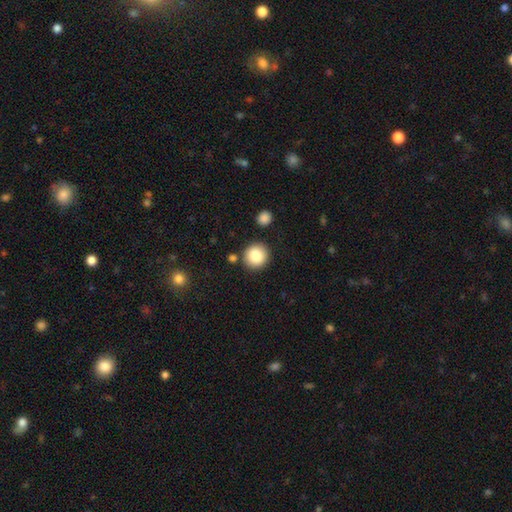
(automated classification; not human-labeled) Smooth or featured? Predicted: smooth (p=0.86). How rounded? Predicted: round (p=0.91). Merging? Predicted: none (p=0.86).